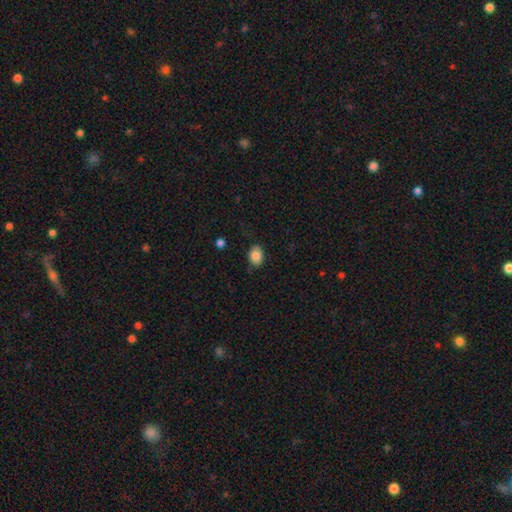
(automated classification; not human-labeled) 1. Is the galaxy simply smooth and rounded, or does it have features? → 85% smooth, 8% star or artifact, 7% featured or disk.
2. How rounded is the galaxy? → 74% in between, 25% round, 1% cigar-shaped.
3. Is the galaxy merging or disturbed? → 81% none, 15% minor disturbance, 3% major disturbance, 1% merger.